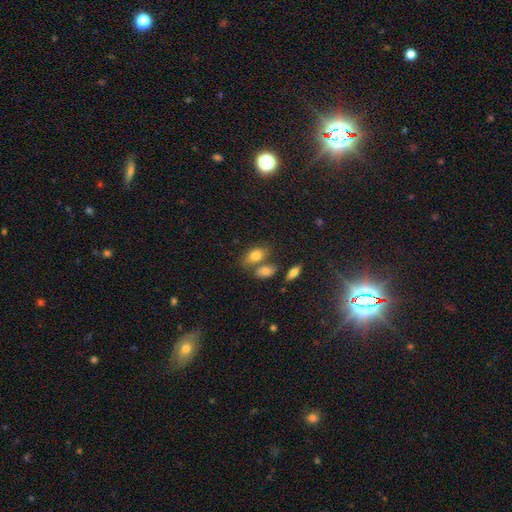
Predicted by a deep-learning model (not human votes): smooth_or_featured: smooth (p=0.78) [alt: featured or disk p=0.13]
how_rounded: in between (p=0.86) [alt: round p=0.11]
merging: none (p=0.52) [alt: merger p=0.29]